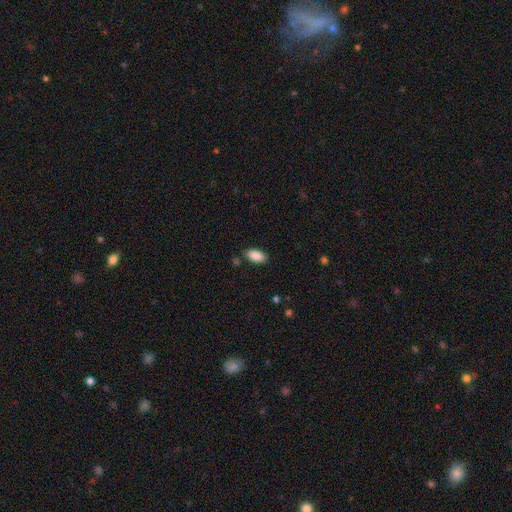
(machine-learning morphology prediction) The model was most divided on "merging": none: 84%, minor disturbance: 11%, major disturbance: 3%, merger: 2%. More confident: how rounded — in between (93%); smooth or featured — smooth (88%).